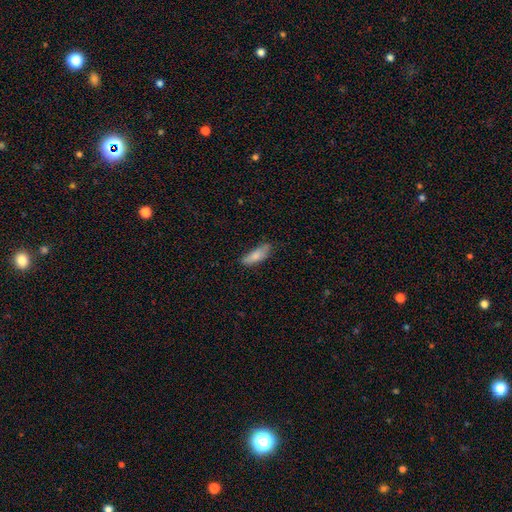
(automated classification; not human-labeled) The model was most divided on "how rounded": in between: 63%, cigar-shaped: 35%, round: 2%. More confident: smooth or featured — smooth (81%); merging — none (63%).